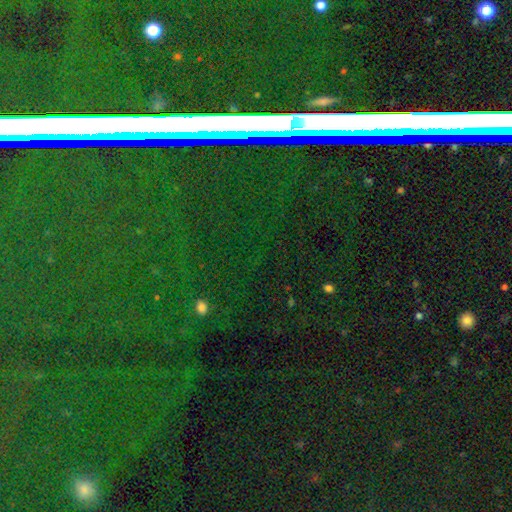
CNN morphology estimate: A star or artifact, not a galaxy (79%).

Vote fractions:
- Smooth or featured? star or artifact: 79% / smooth: 11% / featured or disk: 10%